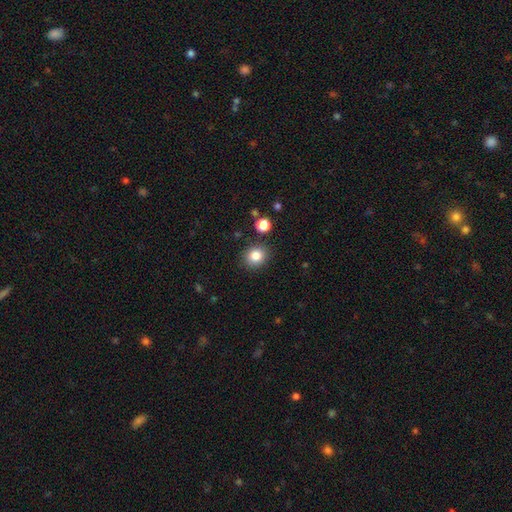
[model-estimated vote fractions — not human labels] This is clearly a smooth galaxy (84%). How rounded: likely round (77%). Merging: clearly none (86%).